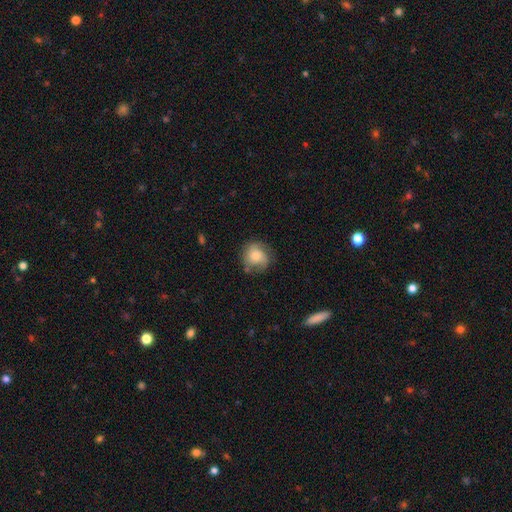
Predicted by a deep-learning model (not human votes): This appears to be a smooth galaxy with no disk features (58%) that is round (82%). Merging: none (64%).